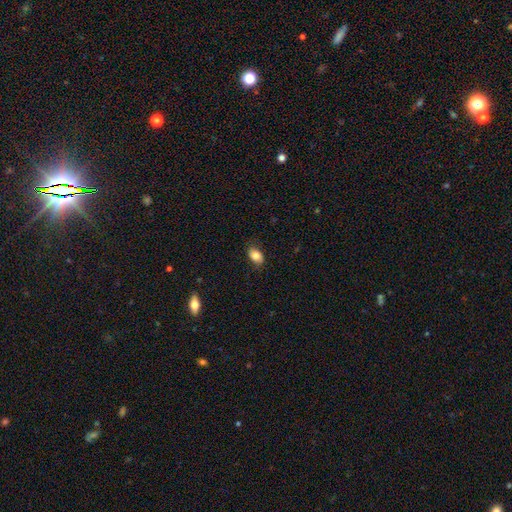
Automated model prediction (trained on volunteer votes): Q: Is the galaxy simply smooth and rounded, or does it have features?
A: smooth — 82%.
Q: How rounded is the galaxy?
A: in between — 85%.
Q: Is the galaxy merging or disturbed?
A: none — 80%.